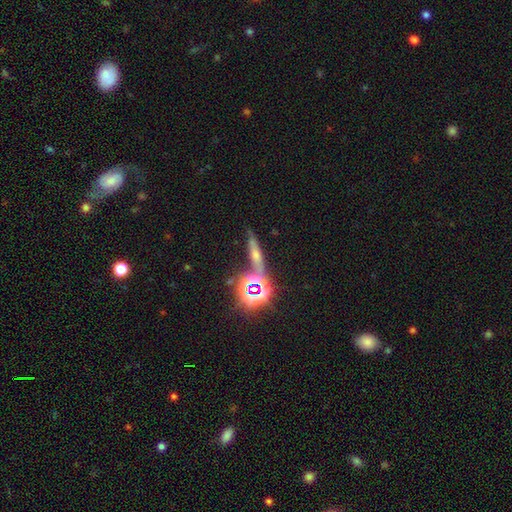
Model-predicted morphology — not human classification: Q: Smooth or featured?
A: star or artifact (41%); runner-up: featured or disk (35%)